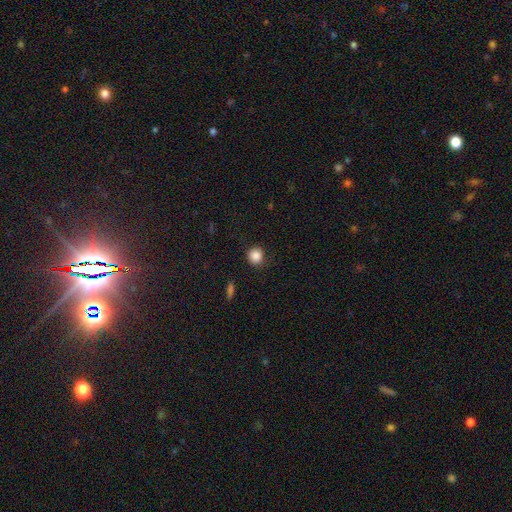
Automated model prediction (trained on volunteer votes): The model was most divided on "smooth or featured": smooth: 86%, star or artifact: 10%, featured or disk: 4%. More confident: how rounded — round (91%); merging — none (88%).